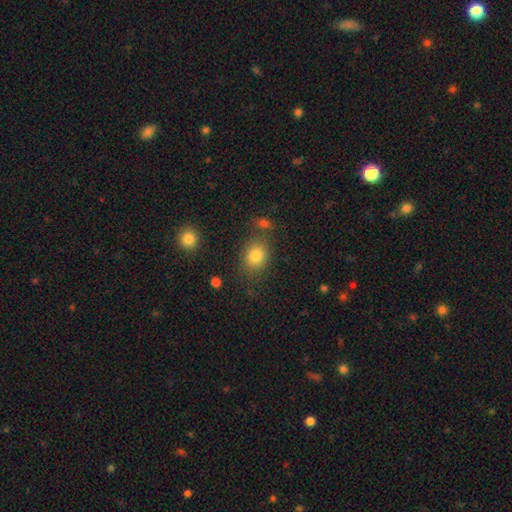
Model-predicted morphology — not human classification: type=smooth (82%); roundness=round (51%); merging=none (73%).